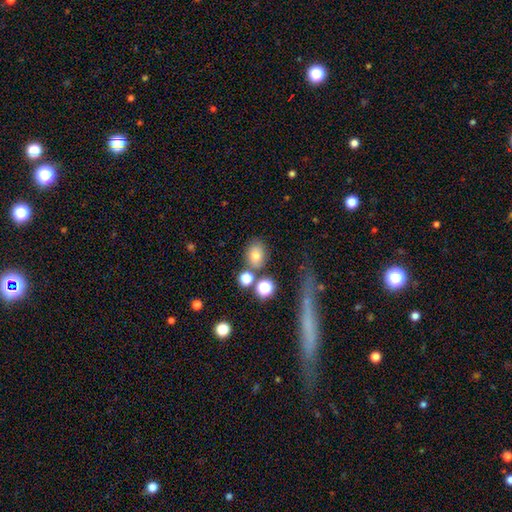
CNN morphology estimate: This is likely a smooth galaxy (74%). How rounded: possibly in between (52%). Merging: likely none (68%).